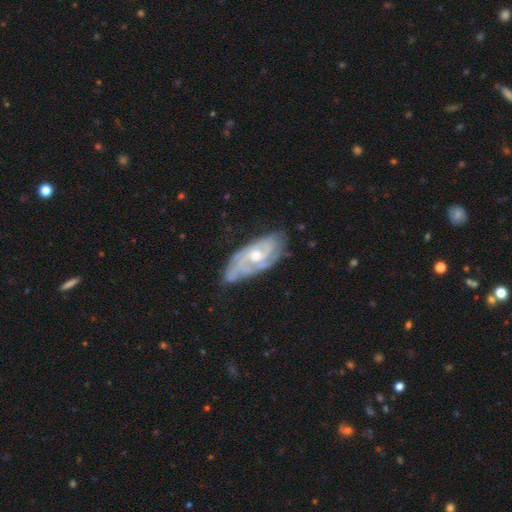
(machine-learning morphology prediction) Smooth or featured? Predicted: featured or disk (p=0.84). Edge-on disk? Predicted: no (p=0.91). Bar? Predicted: no (p=0.68). Spiral arms? Predicted: yes (p=0.94). Spiral winding? Predicted: tight (p=0.63). Spiral arm count? Predicted: can't tell (p=0.31). Bulge size? Predicted: moderate (p=0.62). Merging? Predicted: none (p=0.67).